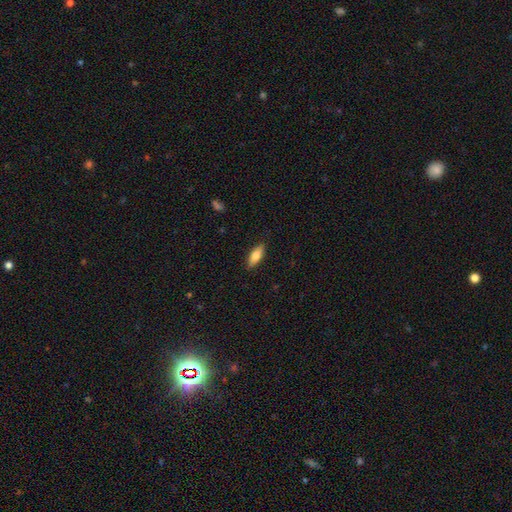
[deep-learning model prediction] Morphology: type=smooth (77%); roundness=in between (73%); merging=none (87%).